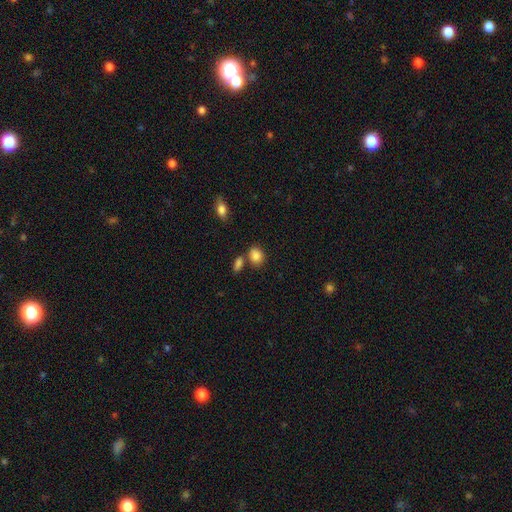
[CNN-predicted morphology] smooth-or-featured: smooth: 86% | star or artifact: 9% | featured or disk: 6%
  how-rounded: in between: 59% | round: 39% | cigar-shaped: 2%
  merging: none: 65% | merger: 18% | minor disturbance: 14% | major disturbance: 4%